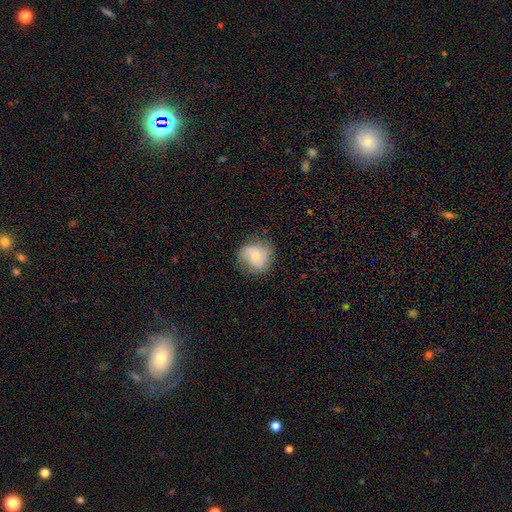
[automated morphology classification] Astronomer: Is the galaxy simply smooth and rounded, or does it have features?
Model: smooth — 54% (runner-up: featured or disk, 37%).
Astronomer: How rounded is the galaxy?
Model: round — 74%.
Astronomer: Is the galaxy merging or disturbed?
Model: none — 68%.